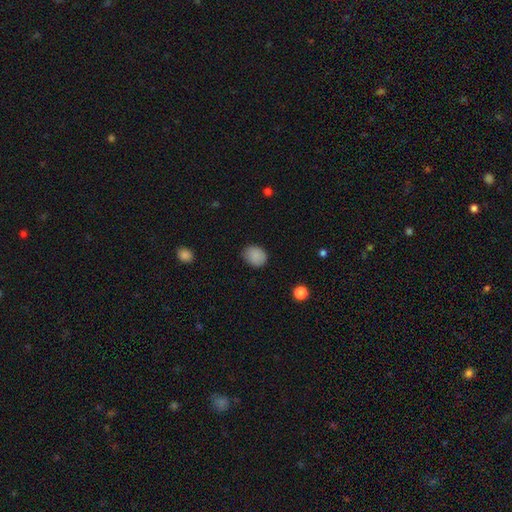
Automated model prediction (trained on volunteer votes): Overall: smooth (87%). How rounded: round (61%; in between 39%). Merging: none (80%).